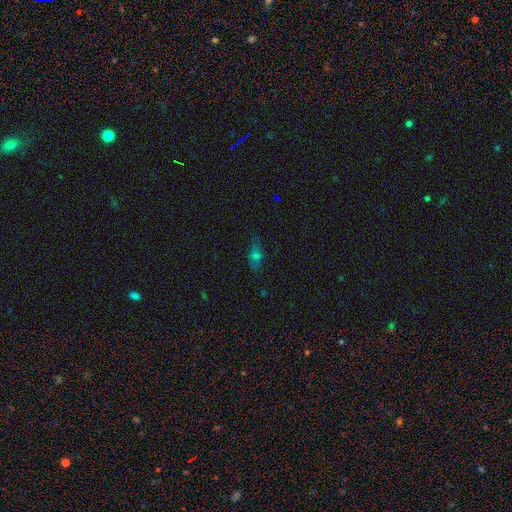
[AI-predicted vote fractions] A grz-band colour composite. It shows a smooth galaxy with no disk features (59%) that is in between round and cigar-shaped (70%). Merging: none (69%).